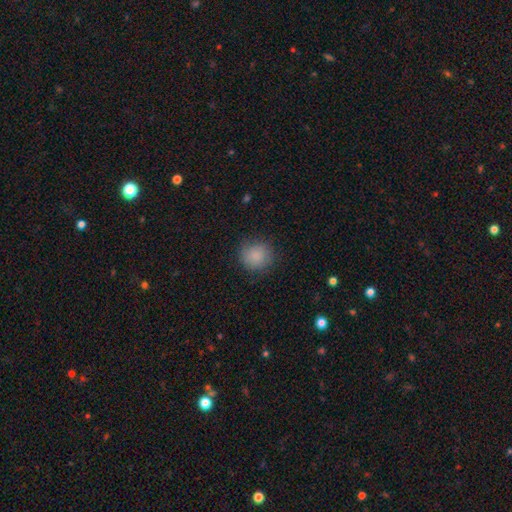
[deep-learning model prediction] Q: Smooth or featured?
A: smooth (87%); runner-up: star or artifact (8%)
Q: How rounded?
A: round (89%); runner-up: in between (10%)
Q: Merging?
A: none (84%); runner-up: minor disturbance (12%)